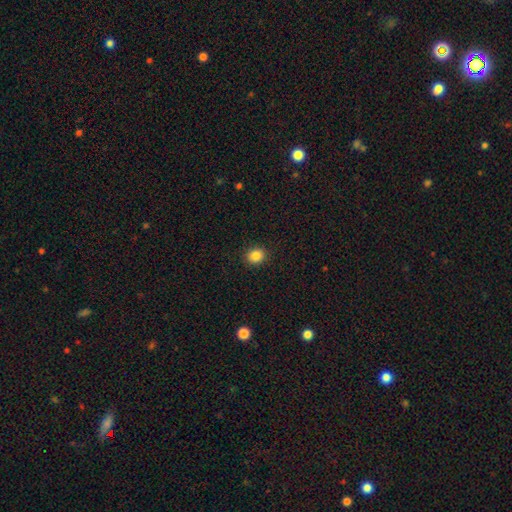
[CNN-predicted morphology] smooth 86%, star or artifact 10%, featured or disk 4%. Down the decision tree: how rounded — round (72%); merging — none (91%).